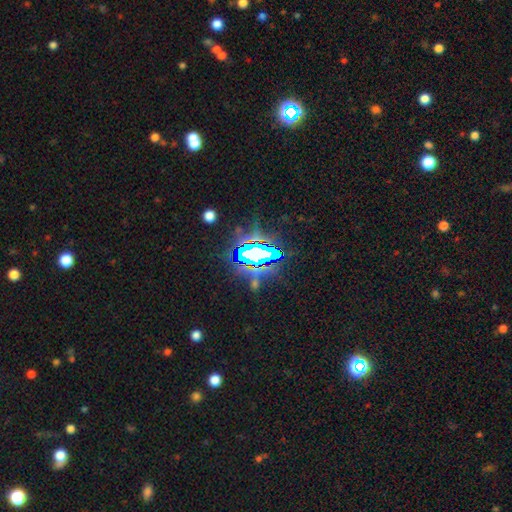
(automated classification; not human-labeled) A star or artifact, not a galaxy (73%).